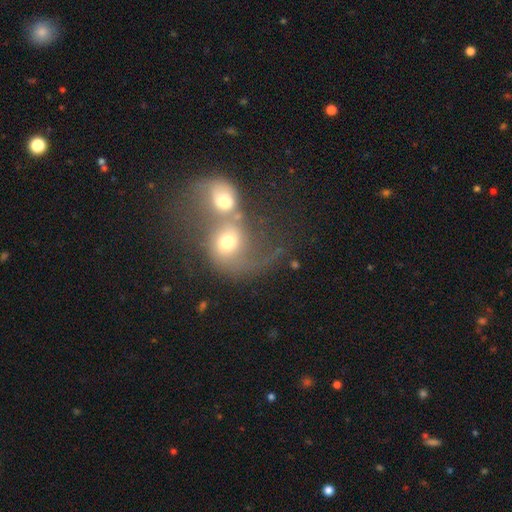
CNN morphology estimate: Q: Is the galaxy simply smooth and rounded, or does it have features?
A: featured or disk — 57%.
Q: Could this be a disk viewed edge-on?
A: no — 97%.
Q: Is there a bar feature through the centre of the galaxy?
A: no — 71%.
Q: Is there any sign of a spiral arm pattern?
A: yes — 70%.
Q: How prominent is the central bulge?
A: moderate — 58%.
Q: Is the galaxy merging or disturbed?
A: merger — 87%.